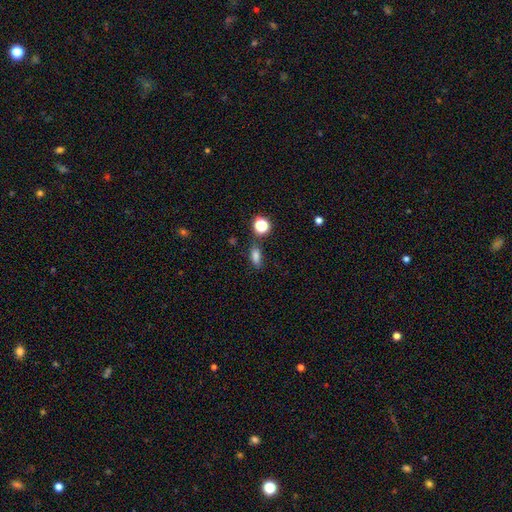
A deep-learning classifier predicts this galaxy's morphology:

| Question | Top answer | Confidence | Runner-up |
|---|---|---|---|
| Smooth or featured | smooth | 77% | star or artifact (16%) |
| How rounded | in between | 69% | cigar-shaped (17%) |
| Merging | none | 75% | minor disturbance (14%) |